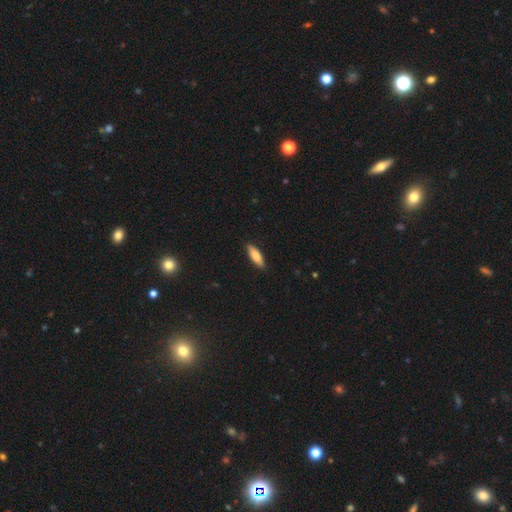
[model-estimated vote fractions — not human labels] Overall: smooth (80%). How rounded: in between (56%; cigar-shaped 42%). Merging: none (88%).